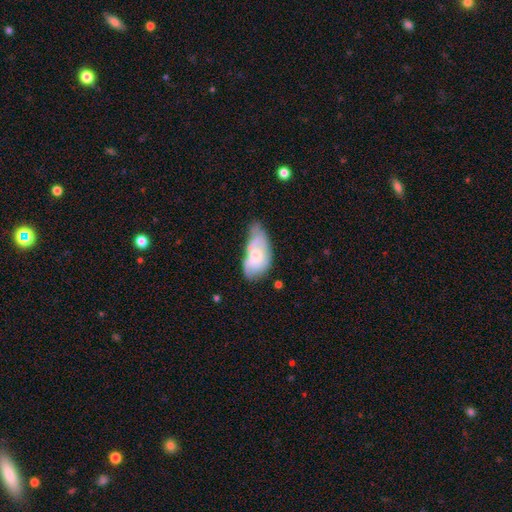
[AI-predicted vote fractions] Morphology: type=smooth (56%); roundness=in between (92%); merging=minor disturbance (40%).